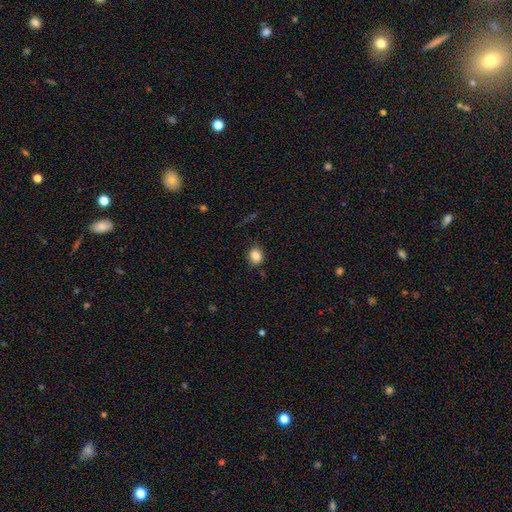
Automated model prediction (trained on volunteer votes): Overall: smooth (84%). How rounded: round (66%; in between 33%). Merging: none (81%).